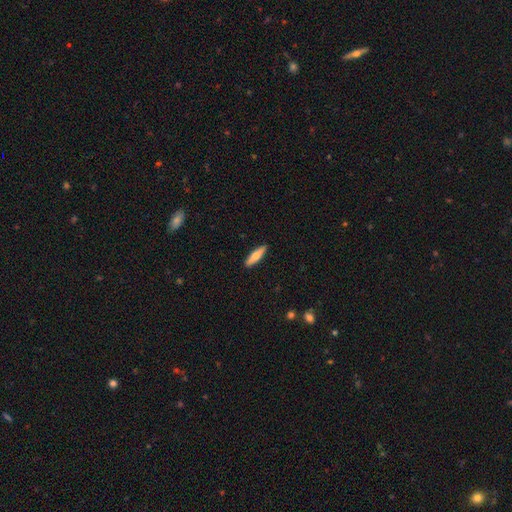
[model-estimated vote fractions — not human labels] Smooth or featured: smooth — 63% (featured or disk — 32%)
How rounded: cigar-shaped — 71% (in between — 27%)
Merging: none — 91% (minor disturbance — 7%)